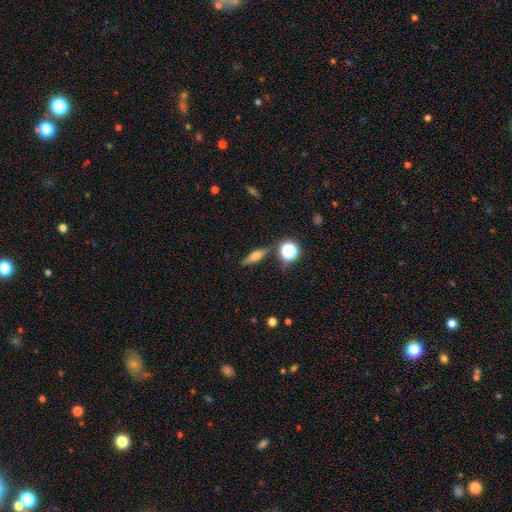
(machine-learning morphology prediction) Smooth or featured: smooth — 53% (featured or disk — 35%)
How rounded: cigar-shaped — 53% (in between — 35%)
Merging: none — 82% (minor disturbance — 11%)